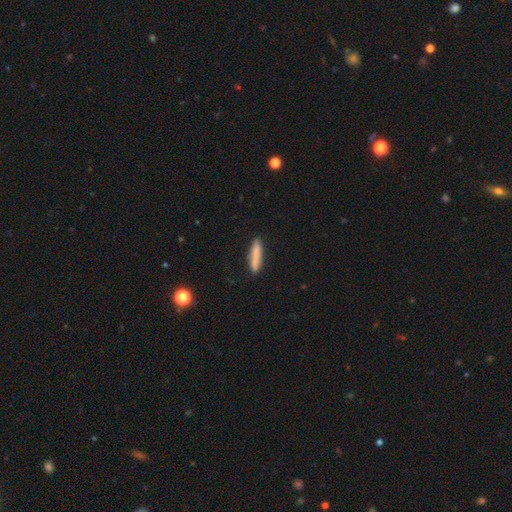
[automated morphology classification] type=smooth (84%); roundness=cigar-shaped (87%); merging=none (89%).